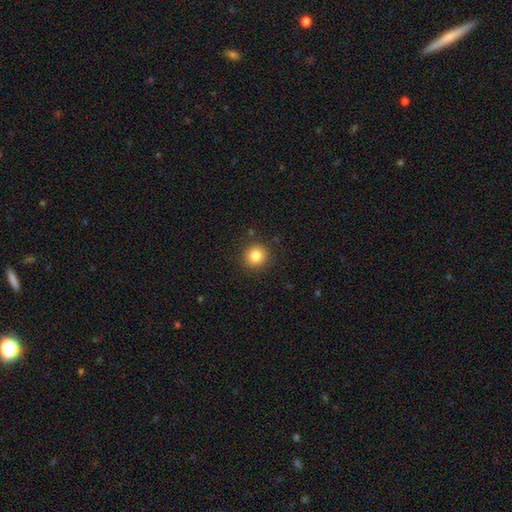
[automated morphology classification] smooth-or-featured: smooth: 83% | star or artifact: 11% | featured or disk: 6%
  how-rounded: round: 93% | in between: 6% | cigar-shaped: 1%
  merging: none: 90% | minor disturbance: 7% | major disturbance: 2% | merger: 1%